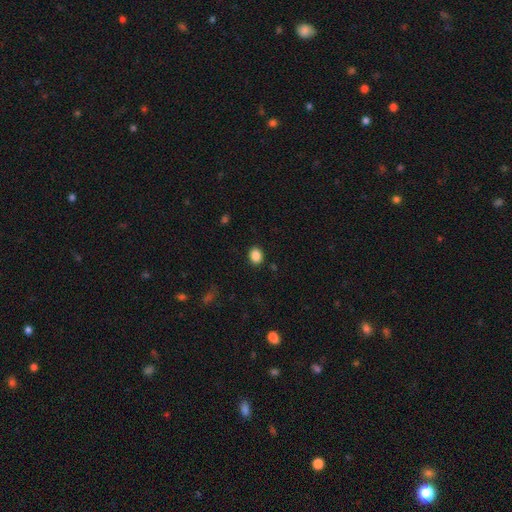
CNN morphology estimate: Q: Smooth or featured?
A: smooth (87%); runner-up: star or artifact (9%)
Q: How rounded?
A: round (53%); runner-up: in between (46%)
Q: Merging?
A: none (89%); runner-up: minor disturbance (7%)